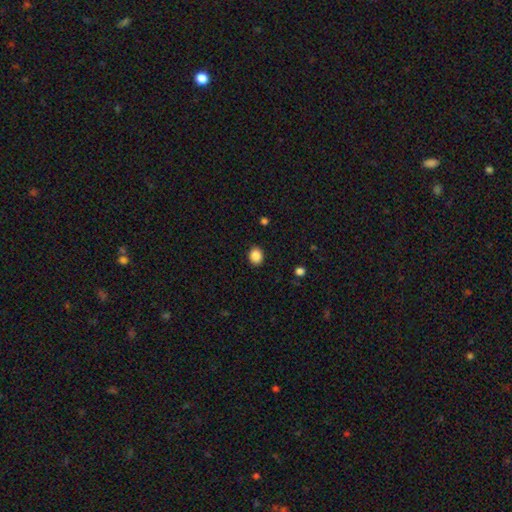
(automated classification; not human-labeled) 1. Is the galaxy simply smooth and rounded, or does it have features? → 87% smooth, 9% star or artifact, 3% featured or disk.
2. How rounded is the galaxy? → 51% round, 48% in between, 1% cigar-shaped.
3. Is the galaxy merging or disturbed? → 89% none, 7% minor disturbance, 2% major disturbance, 1% merger.